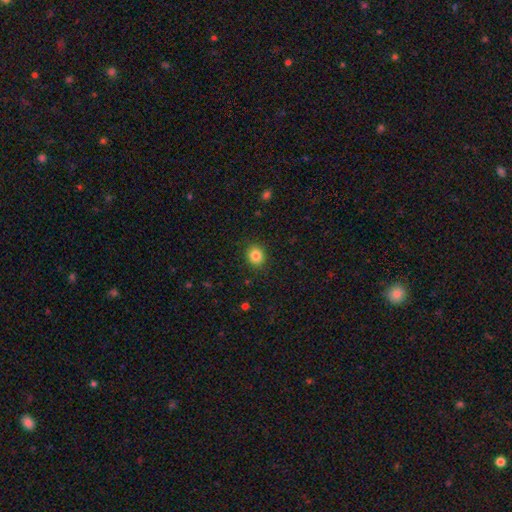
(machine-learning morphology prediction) smooth-or-featured: smooth: 84% | star or artifact: 11% | featured or disk: 5%
  how-rounded: round: 77% | in between: 22% | cigar-shaped: 1%
  merging: none: 90% | minor disturbance: 7% | major disturbance: 2% | merger: 1%